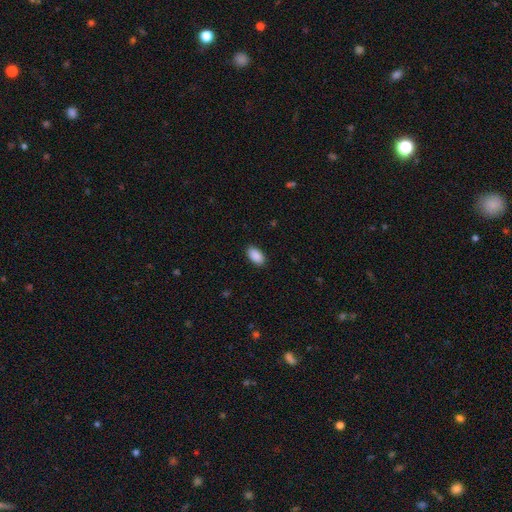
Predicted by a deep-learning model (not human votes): Overall: smooth (90%). How rounded: in between (95%). Merging: none (89%).